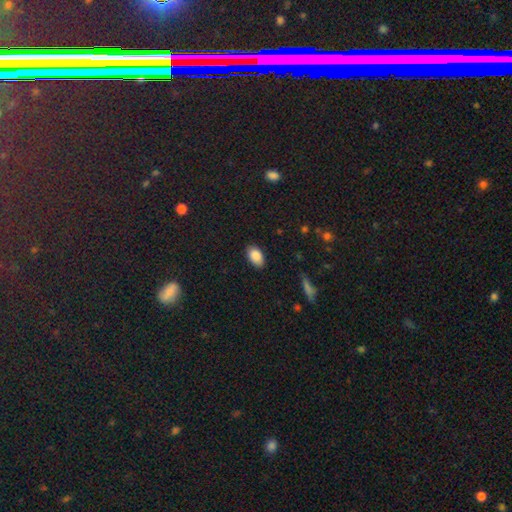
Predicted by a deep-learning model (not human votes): Overall: smooth (88%). How rounded: in between (92%). Merging: none (85%).